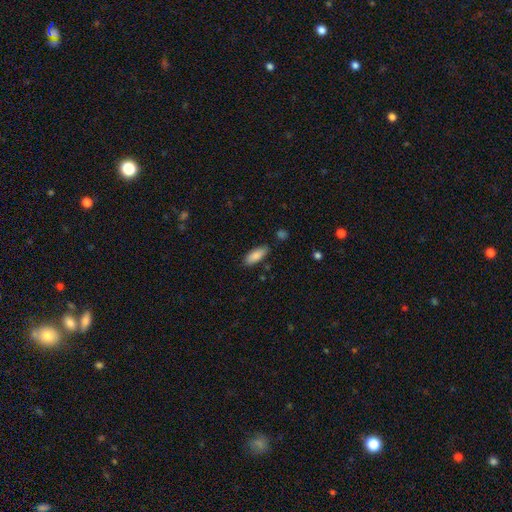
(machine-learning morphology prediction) Smooth or featured? Predicted: smooth (p=0.87). How rounded? Predicted: in between (p=0.77). Merging? Predicted: none (p=0.82).